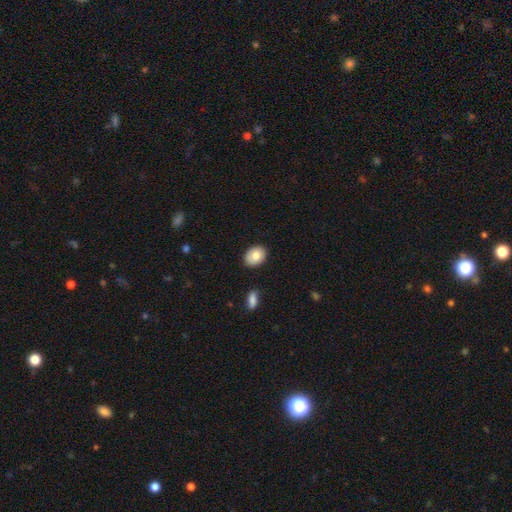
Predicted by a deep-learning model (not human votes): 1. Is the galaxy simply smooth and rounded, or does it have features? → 81% smooth, 12% featured or disk, 7% star or artifact.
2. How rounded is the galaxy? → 67% in between, 32% round, 1% cigar-shaped.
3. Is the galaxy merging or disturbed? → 86% none, 10% minor disturbance, 2% major disturbance, 2% merger.